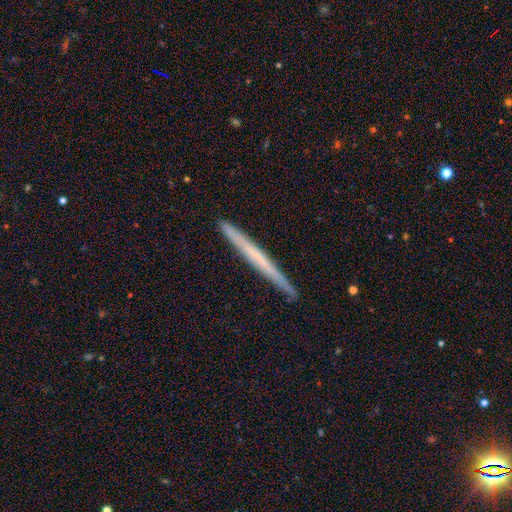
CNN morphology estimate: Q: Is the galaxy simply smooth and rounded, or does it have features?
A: featured or disk — 50%.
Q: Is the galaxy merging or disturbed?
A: none — 92%.